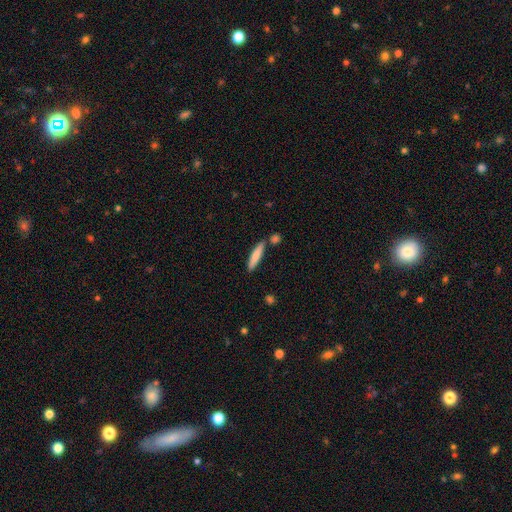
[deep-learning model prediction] smooth-or-featured: smooth: 77% | featured or disk: 17% | star or artifact: 5%
  how-rounded: cigar-shaped: 88% | in between: 11% | round: 1%
  merging: none: 79% | minor disturbance: 11% | merger: 8% | major disturbance: 2%